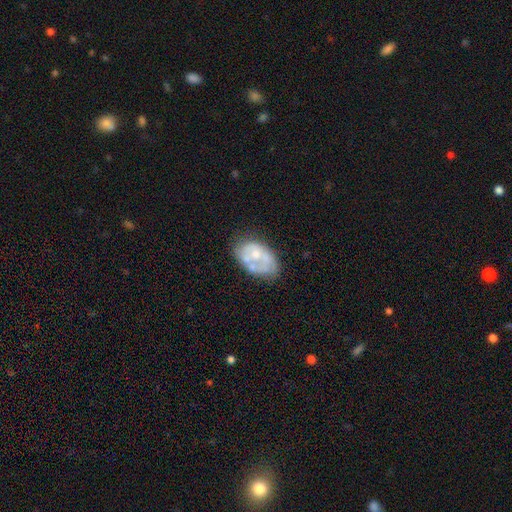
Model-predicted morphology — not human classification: smooth_or_featured: featured or disk (p=0.53) [alt: smooth p=0.40]
disk_edge_on: no (p=0.97) [alt: yes p=0.03]
bar: no (p=0.89) [alt: weak p=0.09]
has_spiral_arms: no (p=0.79) [alt: yes p=0.21]
bulge_size: moderate (p=0.46) [alt: small p=0.35]
merging: none (p=0.43) [alt: minor disturbance p=0.28]